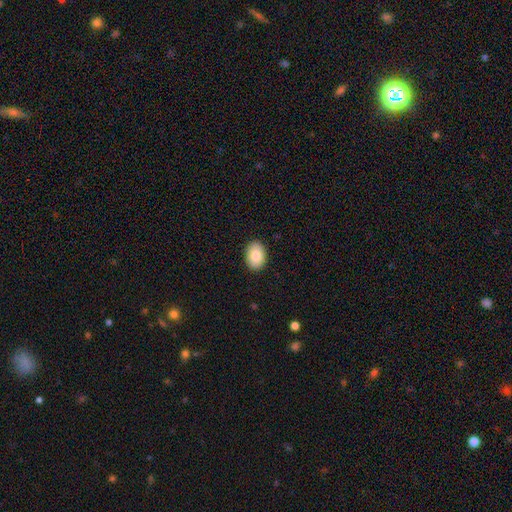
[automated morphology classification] smooth 85%, featured or disk 8%, star or artifact 7%. Down the decision tree: how rounded — in between (80%); merging — none (90%).